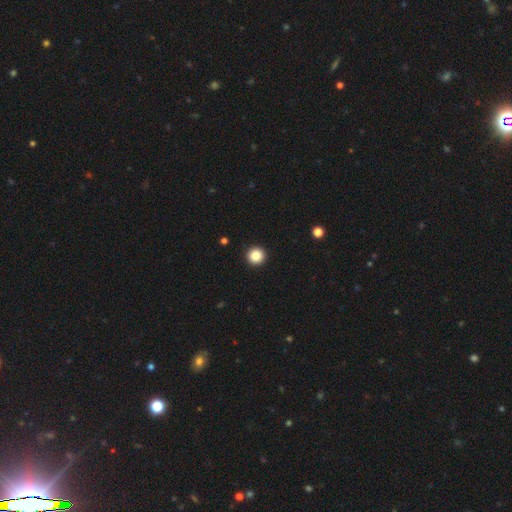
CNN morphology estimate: smooth-or-featured: smooth: 86% | star or artifact: 10% | featured or disk: 4%
  how-rounded: round: 96% | in between: 3% | cigar-shaped: 1%
  merging: none: 94% | minor disturbance: 4% | major disturbance: 1% | merger: 1%